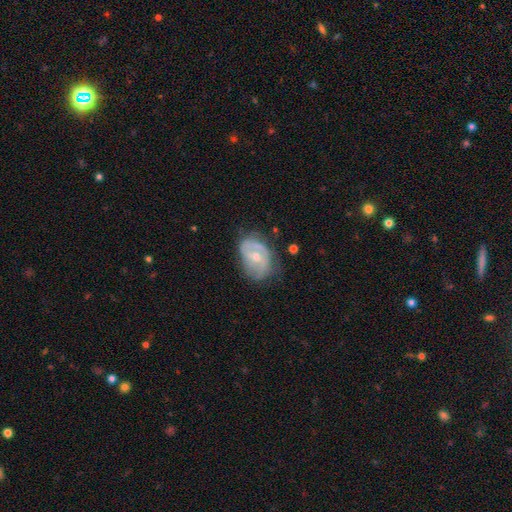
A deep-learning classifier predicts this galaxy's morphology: Smooth or featured? Predicted: featured or disk (p=0.68). Edge-on disk? Predicted: no (p=0.96). Bar? Predicted: no (p=0.57). Spiral arms? Predicted: yes (p=0.69). Bulge size? Predicted: moderate (p=0.59). Merging? Predicted: none (p=0.53).